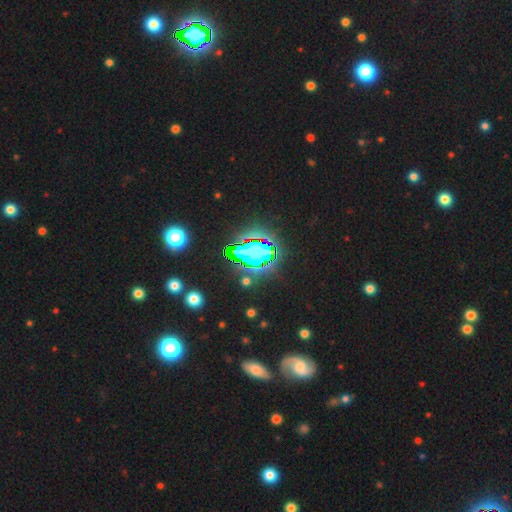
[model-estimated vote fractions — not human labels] smooth-or-featured: star or artifact: 69% | smooth: 20% | featured or disk: 12%